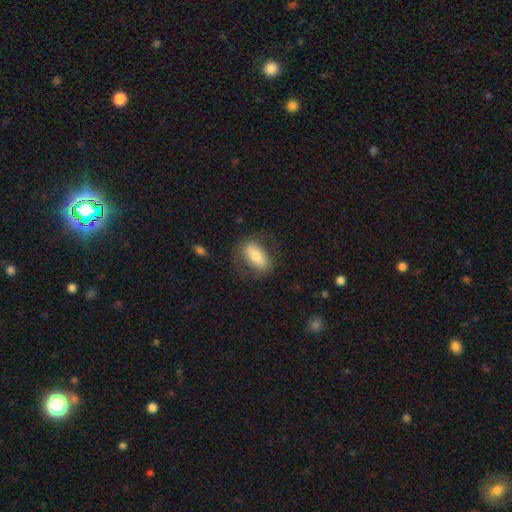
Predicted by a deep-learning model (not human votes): This is likely a smooth galaxy (64%). How rounded: clearly in between (82%). Merging: likely none (74%).